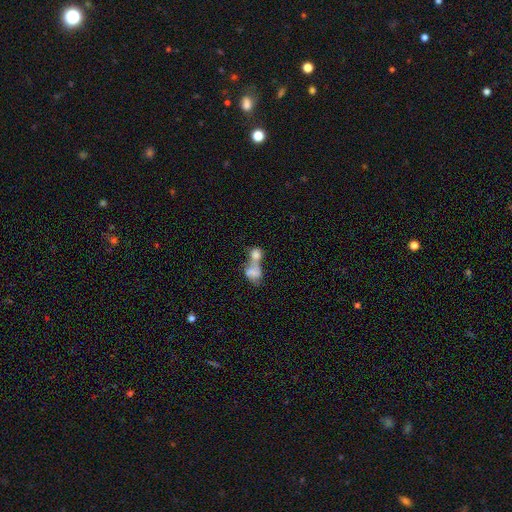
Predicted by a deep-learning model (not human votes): Smooth or featured?
  - smooth: 67% *
  - featured or disk: 23%
  - star or artifact: 10%
How rounded?
  - in between: 56% *
  - round: 41%
  - cigar-shaped: 3%
Merging?
  - merger: 75% *
  - none: 12%
  - major disturbance: 7%
  - minor disturbance: 5%